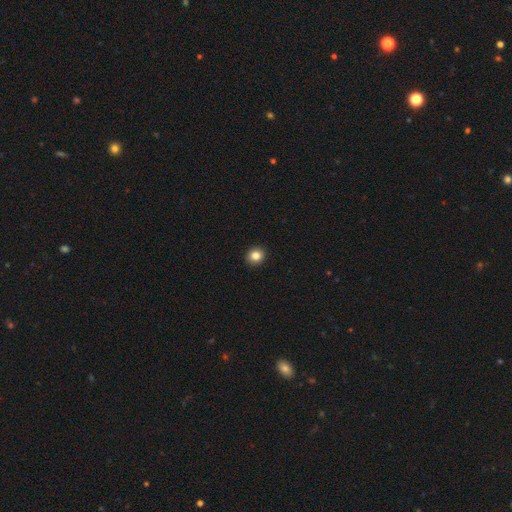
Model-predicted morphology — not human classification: Q: Smooth or featured?
A: smooth (84%); runner-up: star or artifact (11%)
Q: How rounded?
A: round (79%); runner-up: in between (20%)
Q: Merging?
A: none (93%); runner-up: minor disturbance (5%)